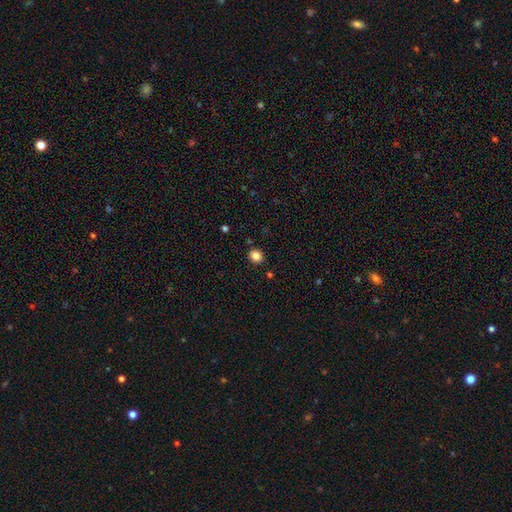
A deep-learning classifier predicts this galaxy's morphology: Smooth or featured: smooth — 84% (star or artifact — 11%)
How rounded: round — 79% (in between — 20%)
Merging: none — 89% (minor disturbance — 7%)